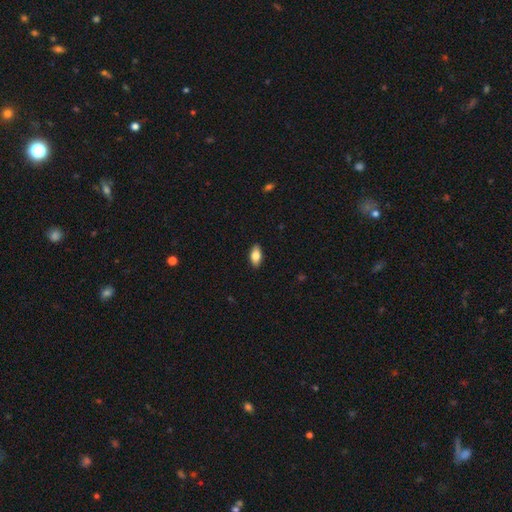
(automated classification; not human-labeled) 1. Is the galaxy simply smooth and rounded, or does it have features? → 82% smooth, 12% featured or disk, 7% star or artifact.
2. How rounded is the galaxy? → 91% in between, 6% cigar-shaped, 3% round.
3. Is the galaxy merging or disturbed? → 89% none, 8% minor disturbance, 2% major disturbance, 1% merger.